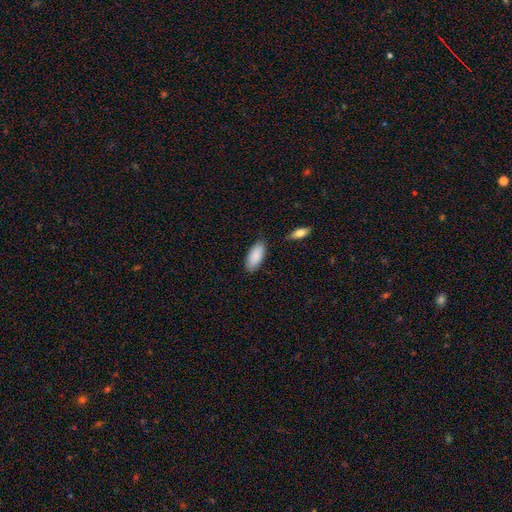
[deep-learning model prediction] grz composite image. It shows a smooth galaxy with no disk features (89%) that is in between round and cigar-shaped (87%). Merging: none (82%).